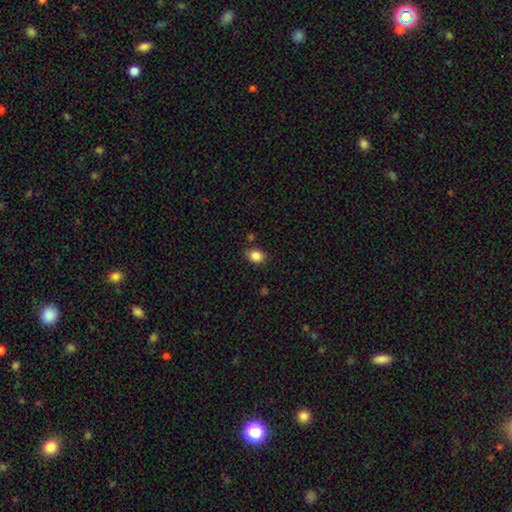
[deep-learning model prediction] Q: Smooth or featured?
A: smooth (86%); runner-up: star or artifact (10%)
Q: How rounded?
A: in between (58%); runner-up: round (41%)
Q: Merging?
A: none (82%); runner-up: minor disturbance (12%)